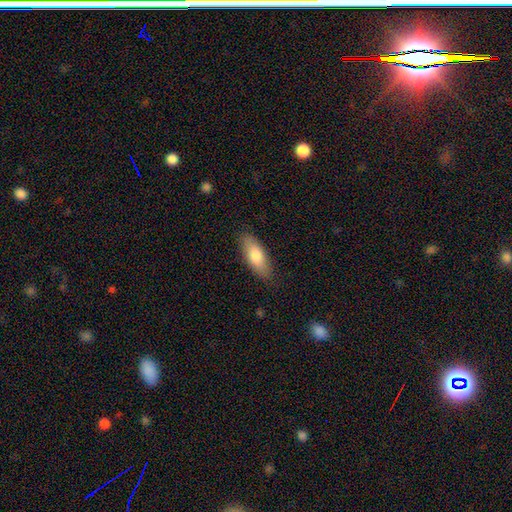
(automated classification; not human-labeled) Overall: smooth (77%). How rounded: in between (75%). Merging: none (84%).